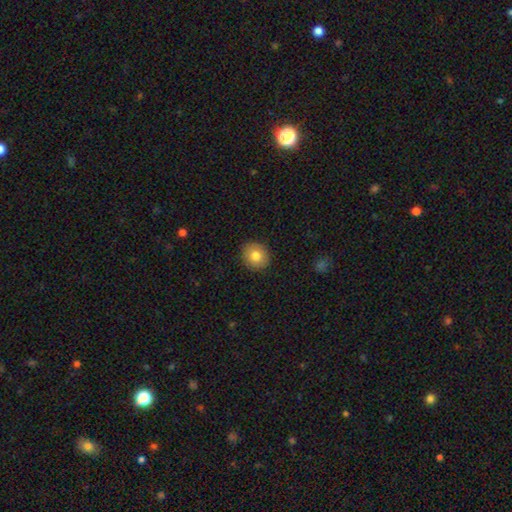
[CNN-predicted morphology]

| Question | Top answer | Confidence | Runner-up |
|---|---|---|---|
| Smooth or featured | smooth | 81% | featured or disk (10%) |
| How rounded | round | 85% | in between (14%) |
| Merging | none | 90% | minor disturbance (7%) |